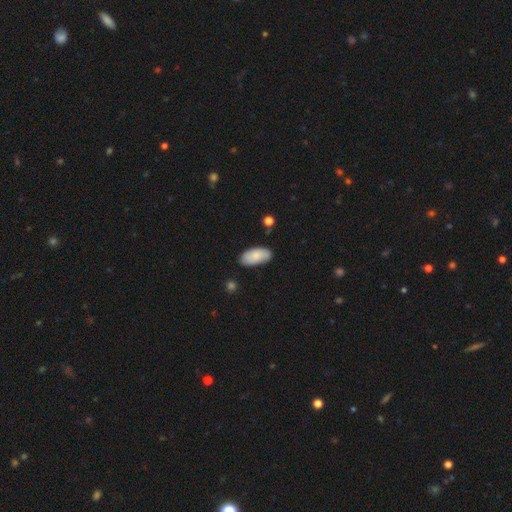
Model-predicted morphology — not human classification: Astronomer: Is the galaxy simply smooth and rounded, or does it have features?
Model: smooth — 83%.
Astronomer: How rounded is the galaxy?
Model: in between — 94%.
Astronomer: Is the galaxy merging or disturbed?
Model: none — 81%.